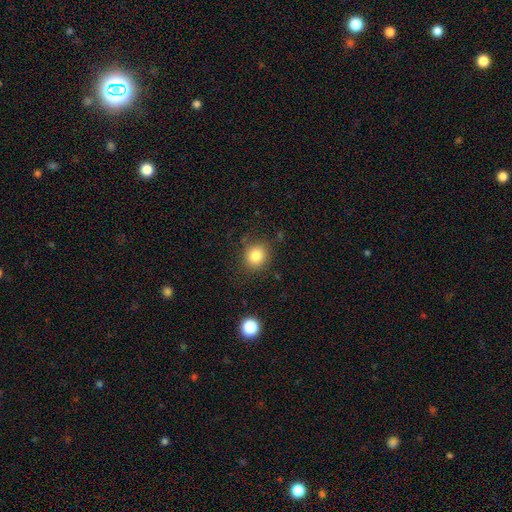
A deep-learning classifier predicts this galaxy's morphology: This appears to be a smooth galaxy with no disk features (83%) that is round (79%). Merging: none (83%).